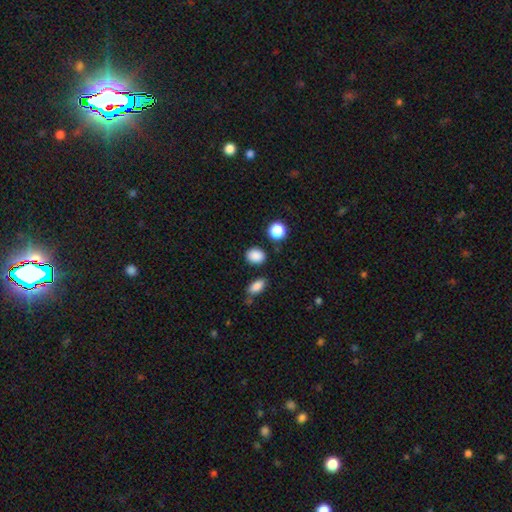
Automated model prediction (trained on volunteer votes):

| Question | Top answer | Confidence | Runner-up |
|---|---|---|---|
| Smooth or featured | smooth | 87% | star or artifact (10%) |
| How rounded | in between | 54% | round (45%) |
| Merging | none | 82% | minor disturbance (11%) |